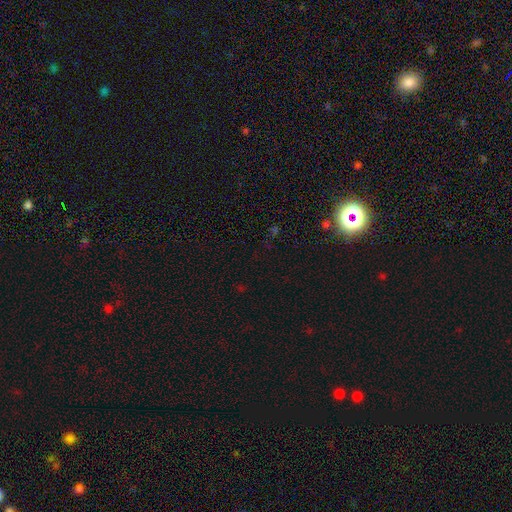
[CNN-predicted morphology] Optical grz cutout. It shows a star or artifact, not a galaxy (67%).